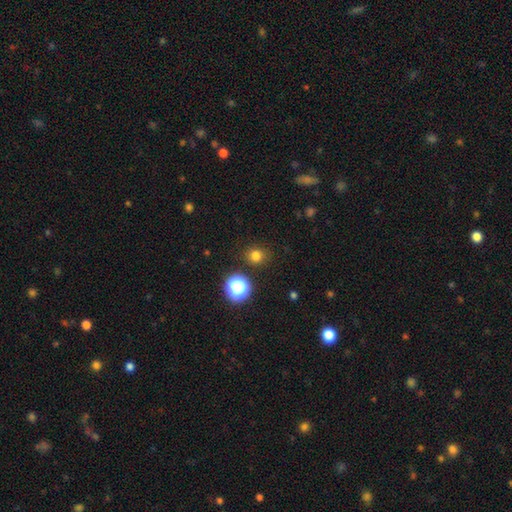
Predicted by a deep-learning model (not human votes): Overall: smooth (77%). How rounded: round (85%). Merging: none (87%).